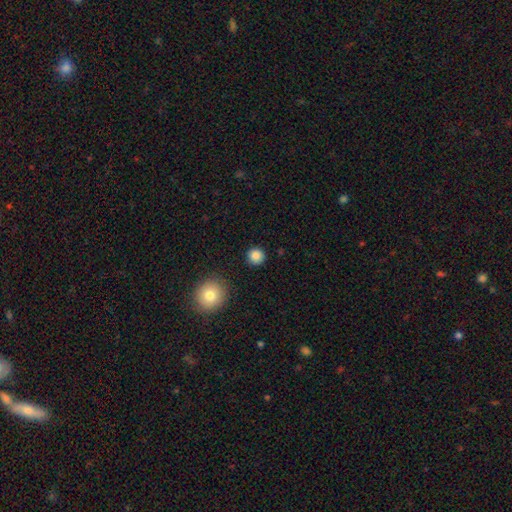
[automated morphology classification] Smooth or featured?
  - smooth: 86% *
  - star or artifact: 11%
  - featured or disk: 4%
How rounded?
  - round: 94% *
  - in between: 5%
  - cigar-shaped: 1%
Merging?
  - none: 91% *
  - minor disturbance: 6%
  - major disturbance: 2%
  - merger: 2%